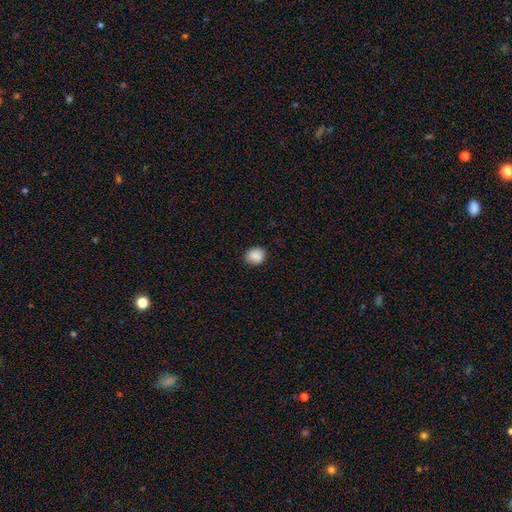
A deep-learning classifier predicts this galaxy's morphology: Smooth or featured?
  - smooth: 88% *
  - star or artifact: 9%
  - featured or disk: 4%
How rounded?
  - round: 64% *
  - in between: 35%
  - cigar-shaped: 1%
Merging?
  - none: 83% *
  - minor disturbance: 13%
  - major disturbance: 3%
  - merger: 1%